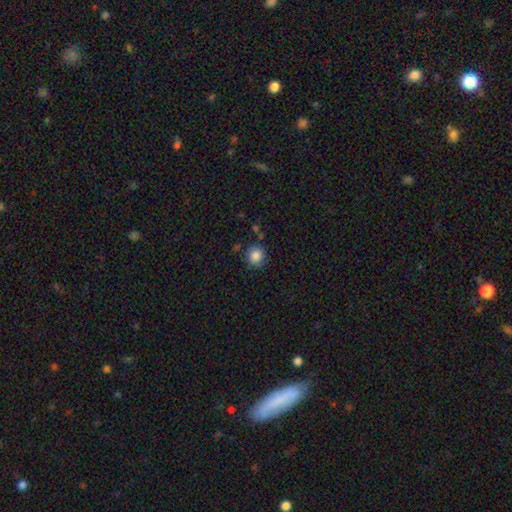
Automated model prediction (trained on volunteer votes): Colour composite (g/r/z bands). It shows a smooth galaxy with no disk features (85%) that is round (91%). Merging: none (85%).